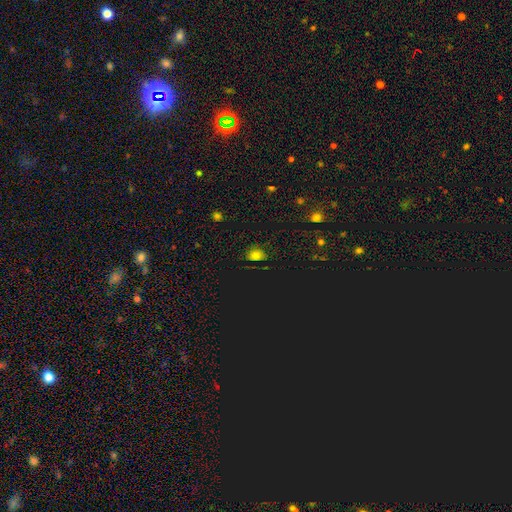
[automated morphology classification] This appears to be a smooth galaxy with no disk features (50%) that is round (52%). Merging: none (74%).